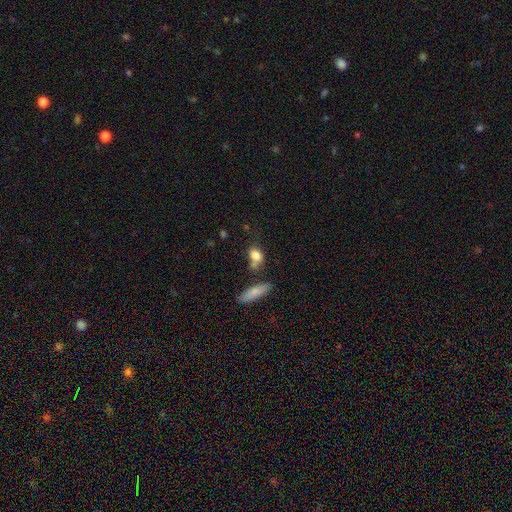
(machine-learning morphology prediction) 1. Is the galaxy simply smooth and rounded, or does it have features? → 80% smooth, 11% featured or disk, 9% star or artifact.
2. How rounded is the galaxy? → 65% in between, 27% round, 7% cigar-shaped.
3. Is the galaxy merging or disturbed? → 48% none, 24% merger, 20% minor disturbance, 8% major disturbance.